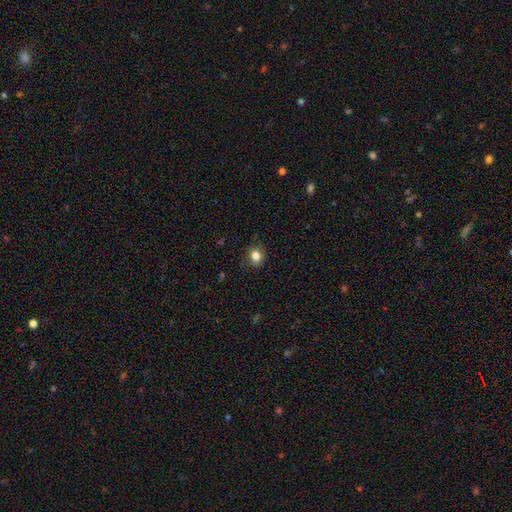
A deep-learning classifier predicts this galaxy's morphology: Q: Smooth or featured?
A: smooth (81%); runner-up: star or artifact (12%)
Q: How rounded?
A: round (69%); runner-up: in between (30%)
Q: Merging?
A: none (83%); runner-up: minor disturbance (13%)